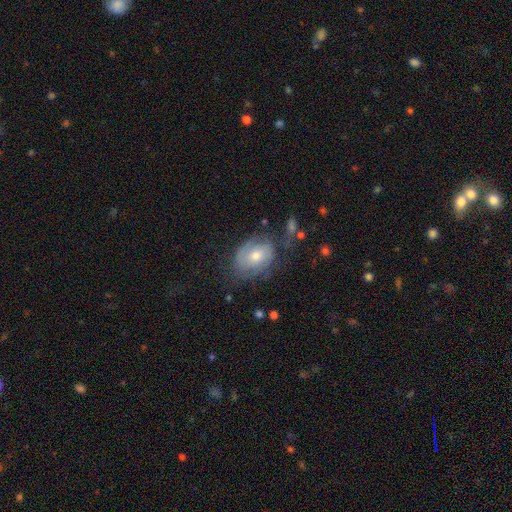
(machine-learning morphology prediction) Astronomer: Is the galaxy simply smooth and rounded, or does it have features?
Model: featured or disk — 59%.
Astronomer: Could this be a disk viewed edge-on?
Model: no — 95%.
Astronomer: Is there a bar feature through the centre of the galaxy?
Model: no — 66%.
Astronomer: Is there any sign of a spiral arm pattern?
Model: yes — 73%.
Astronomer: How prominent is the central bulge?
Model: moderate — 63%.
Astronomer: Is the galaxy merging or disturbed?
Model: none — 56%.